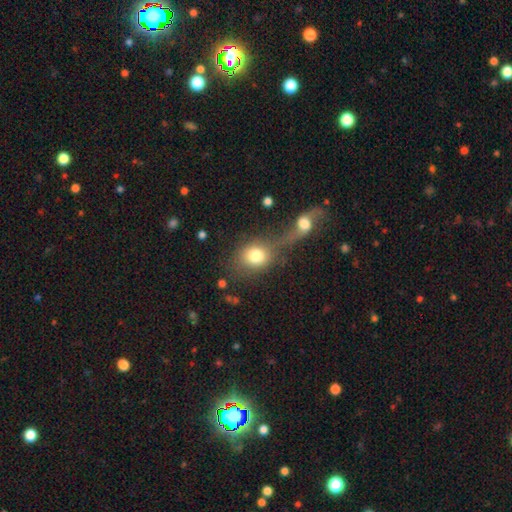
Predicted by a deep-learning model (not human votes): Overall: smooth (78%). How rounded: round (59%; in between 39%). Merging: merger (48%; none 32%).